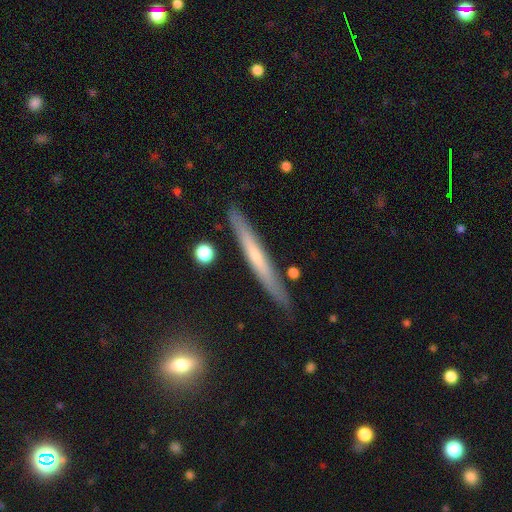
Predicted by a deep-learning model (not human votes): Smooth or featured? featured or disk (52%)
Edge-on disk? yes (94%)
Merging? none (87%)